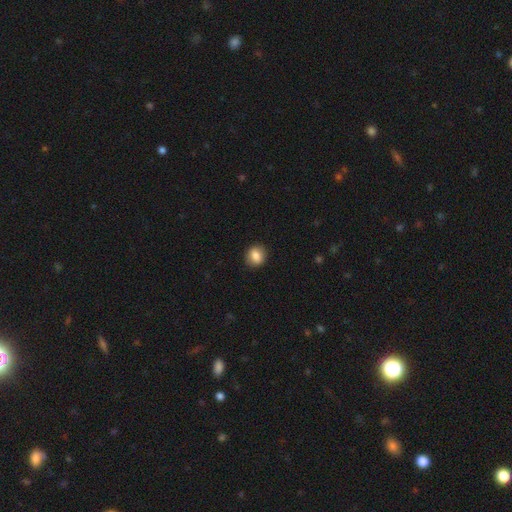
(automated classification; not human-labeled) Smooth or featured: smooth — 84% (star or artifact — 9%)
How rounded: round — 70% (in between — 29%)
Merging: none — 89% (minor disturbance — 8%)